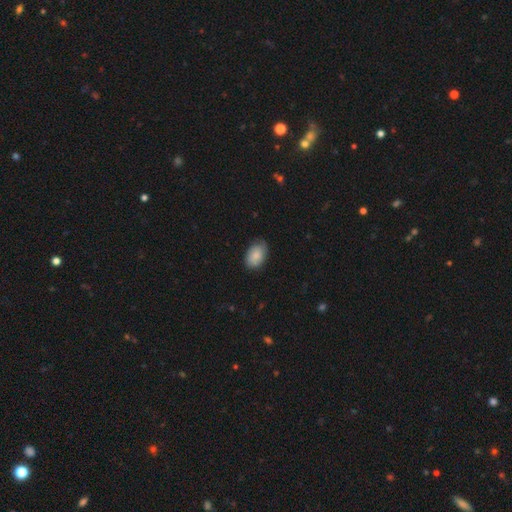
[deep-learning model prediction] Smooth or featured: smooth — 84% (featured or disk — 10%)
How rounded: in between — 89% (round — 10%)
Merging: none — 75% (minor disturbance — 21%)